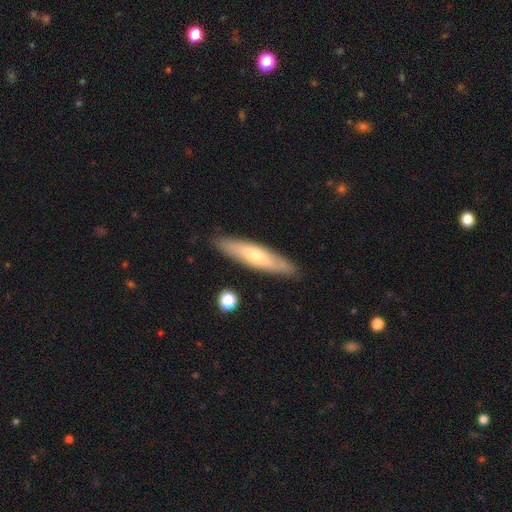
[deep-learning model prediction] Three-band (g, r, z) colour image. It shows a smooth galaxy with no disk features (49%). Merging: none (87%).